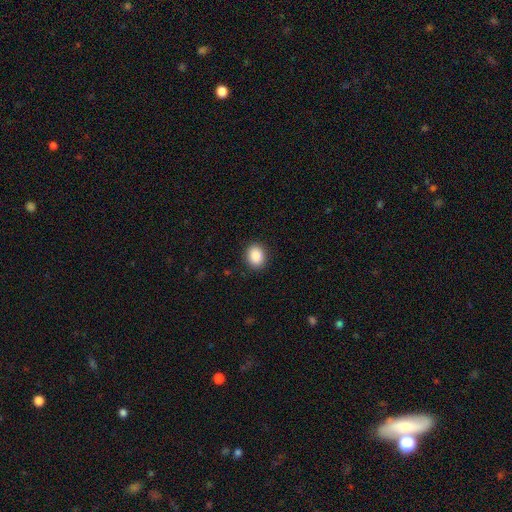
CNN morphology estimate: The model was most divided on "how rounded": round: 51%, in between: 48%, cigar-shaped: 1%. More confident: smooth or featured — smooth (90%); merging — none (90%).